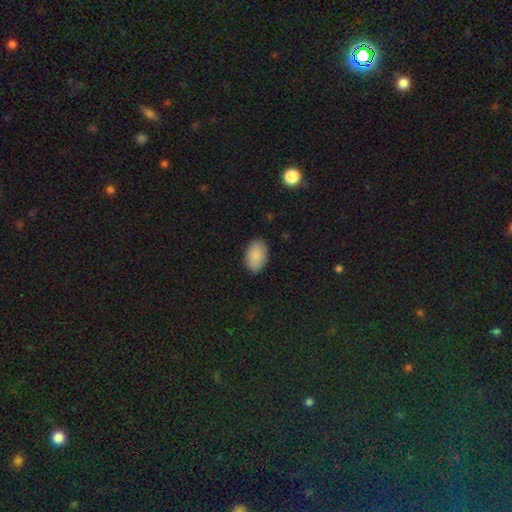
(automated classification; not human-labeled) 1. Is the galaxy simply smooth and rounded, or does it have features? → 88% smooth, 7% star or artifact, 5% featured or disk.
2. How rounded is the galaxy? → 88% in between, 10% round, 1% cigar-shaped.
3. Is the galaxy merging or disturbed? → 87% none, 10% minor disturbance, 2% major disturbance, 1% merger.